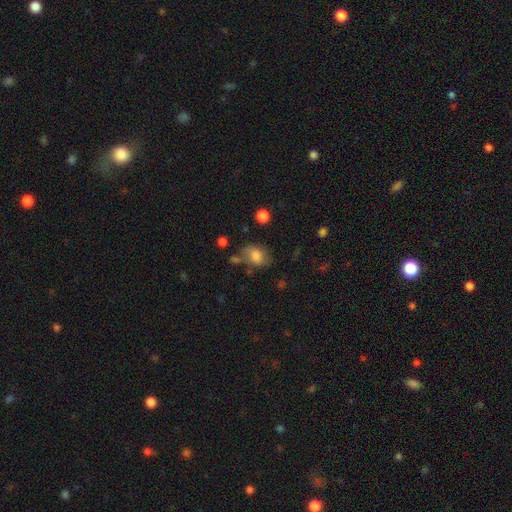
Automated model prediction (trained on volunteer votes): Overall: smooth (72%). How rounded: in between (74%). Merging: none (54%; minor disturbance 25%).